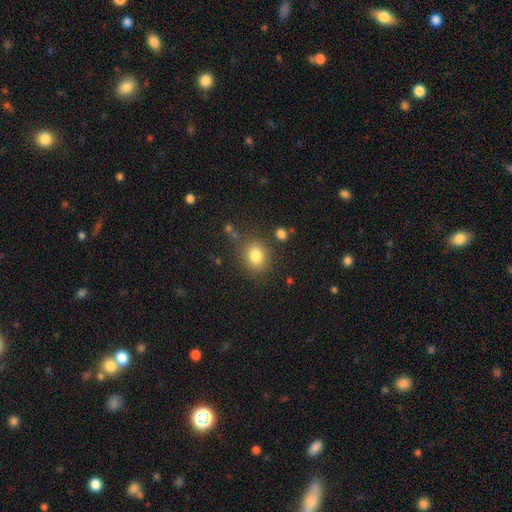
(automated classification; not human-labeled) Overall: smooth (82%). How rounded: round (65%; in between 34%). Merging: none (79%).